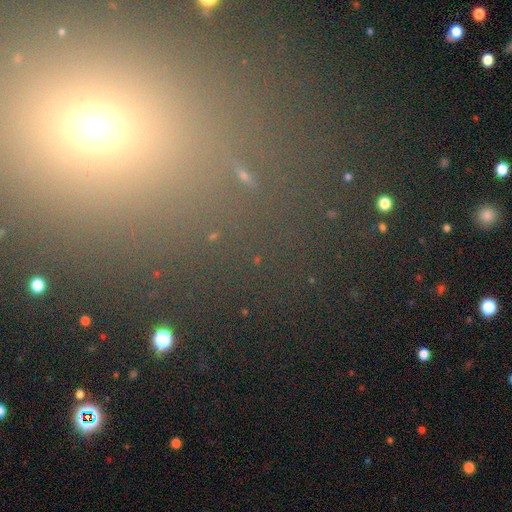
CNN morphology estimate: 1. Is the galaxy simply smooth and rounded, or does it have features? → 57% star or artifact, 34% smooth, 9% featured or disk.